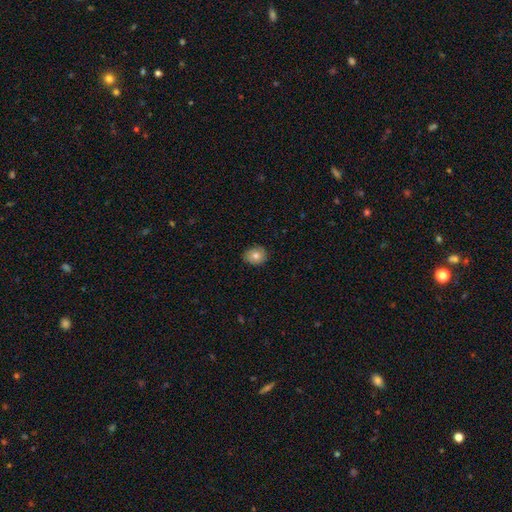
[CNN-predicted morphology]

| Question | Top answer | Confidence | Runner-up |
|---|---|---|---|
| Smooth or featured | smooth | 77% | featured or disk (14%) |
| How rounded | round | 61% | in between (38%) |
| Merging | none | 83% | minor disturbance (14%) |